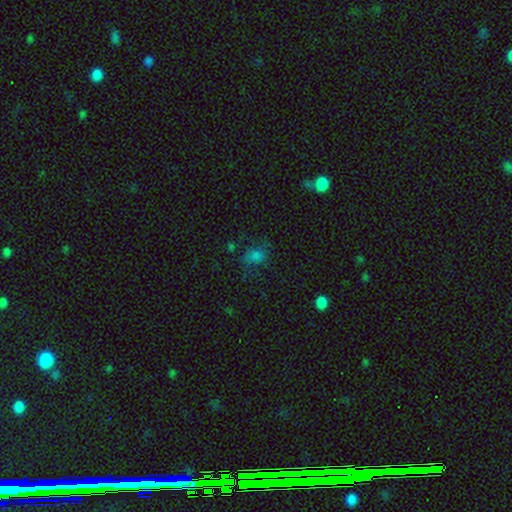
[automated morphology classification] Smooth or featured? smooth (68%)
How rounded? in between (54%)
Merging? none (56%)